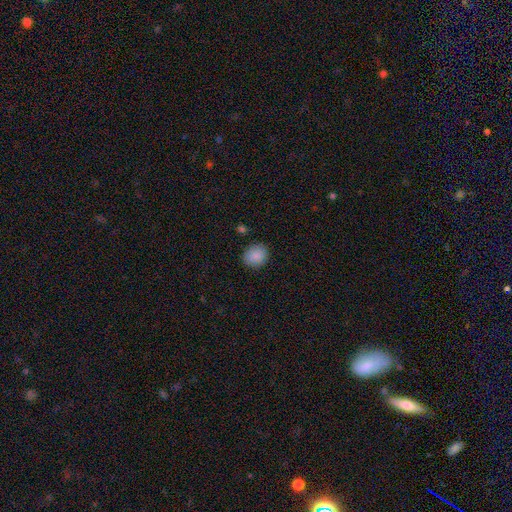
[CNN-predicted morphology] A smooth galaxy with no disk features (89%) that is round (74%).

Vote fractions:
- Smooth or featured? smooth: 89% / star or artifact: 8% / featured or disk: 4%
- How rounded? round: 74% / in between: 25% / cigar-shaped: 1%
- Merging? none: 88% / minor disturbance: 9% / major disturbance: 2% / merger: 1%